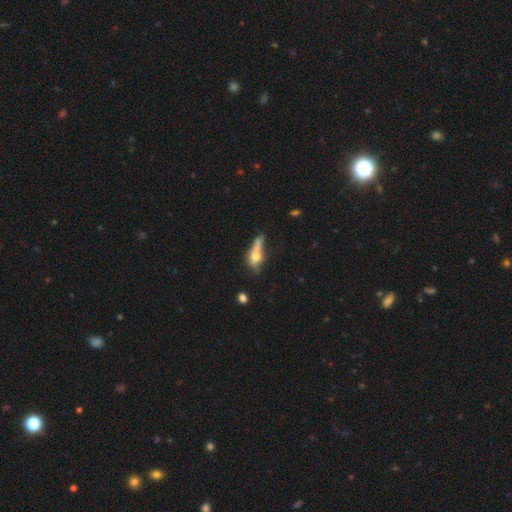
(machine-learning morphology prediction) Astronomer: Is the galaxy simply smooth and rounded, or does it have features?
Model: smooth — 58%.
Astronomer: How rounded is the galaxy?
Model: in between — 52% (runner-up: cigar-shaped, 34%).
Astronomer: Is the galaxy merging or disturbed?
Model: merger — 29% (runner-up: none, 26%).